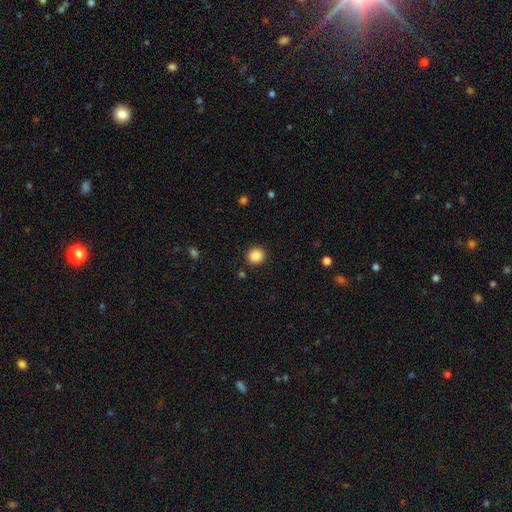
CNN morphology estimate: Overall: smooth (88%). How rounded: round (80%). Merging: none (90%).